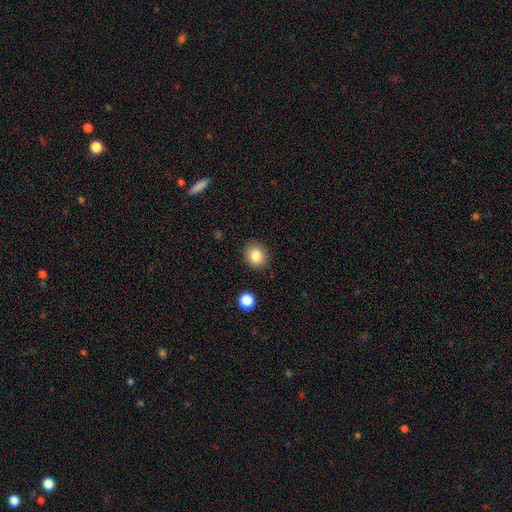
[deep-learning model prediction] Overall: smooth (85%). How rounded: round (77%). Merging: none (88%).